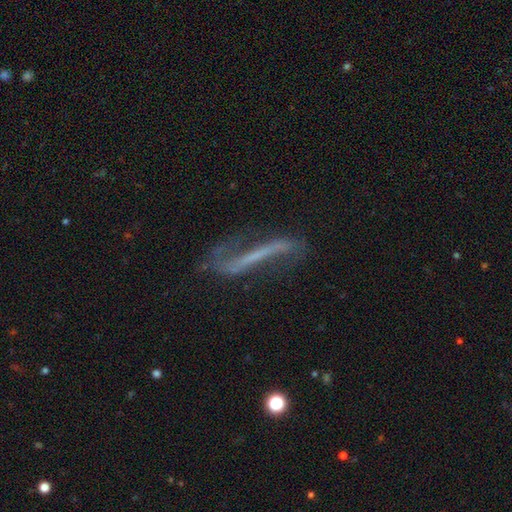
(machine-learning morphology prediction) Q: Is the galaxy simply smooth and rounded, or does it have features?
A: featured or disk — 70%.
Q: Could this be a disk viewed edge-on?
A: no — 58%.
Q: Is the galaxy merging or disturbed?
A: none — 50%.